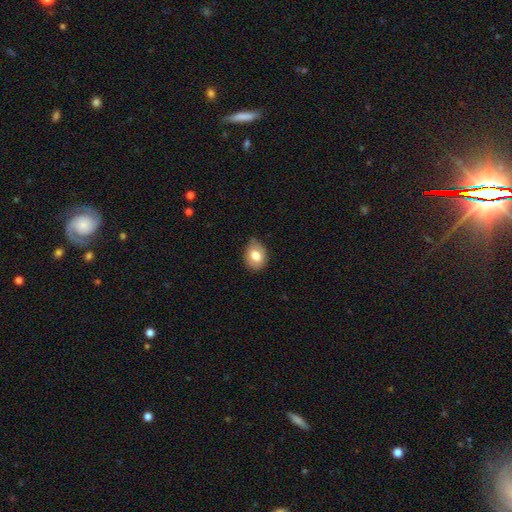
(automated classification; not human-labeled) Smooth or featured?
  - smooth: 78% *
  - featured or disk: 14%
  - star or artifact: 8%
How rounded?
  - round: 51% *
  - in between: 48%
  - cigar-shaped: 1%
Merging?
  - none: 71% *
  - minor disturbance: 24%
  - major disturbance: 4%
  - merger: 1%